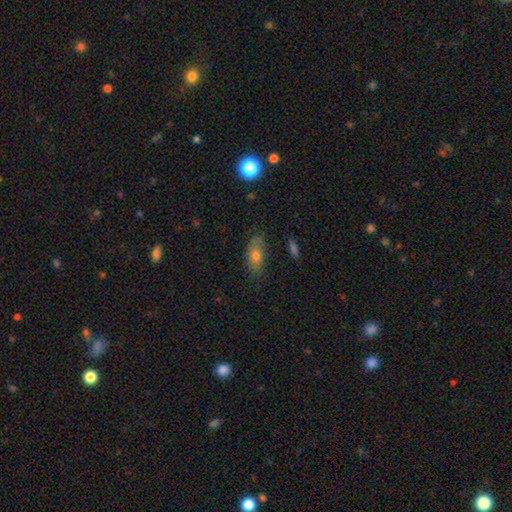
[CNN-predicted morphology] Overall: smooth (67%). How rounded: in between (84%). Merging: none (75%).